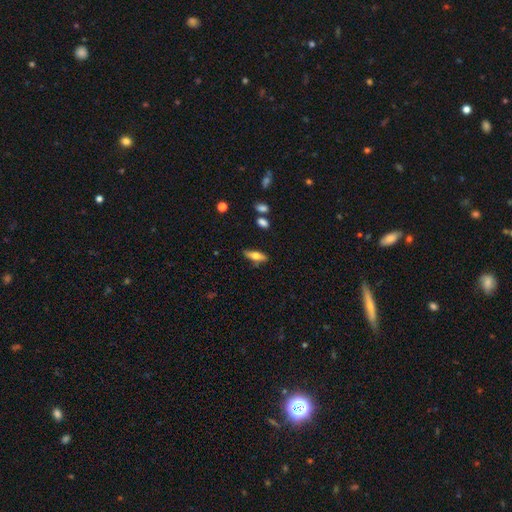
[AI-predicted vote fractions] Smooth or featured? smooth (58%)
How rounded? in between (55%)
Merging? none (80%)